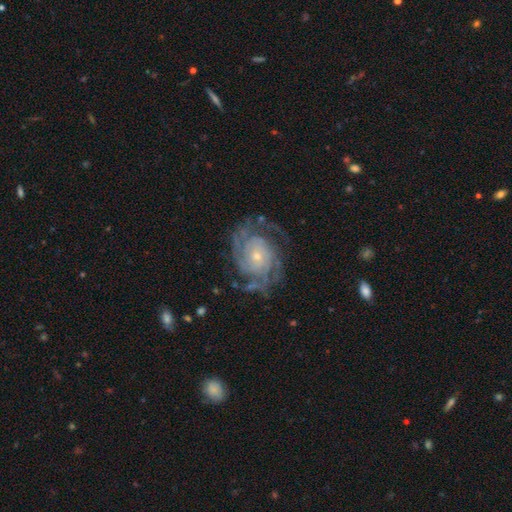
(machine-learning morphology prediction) Smooth or featured: featured or disk — 88% (star or artifact — 7%)
Edge-on disk: no — 98% (yes — 2%)
Bar: no — 73% (weak — 20%)
Spiral arms: yes — 98% (no — 2%)
Spiral winding: tight — 66% (medium — 29%)
Spiral arm count: 2 — 46% (3 — 20%)
Bulge size: small — 67% (moderate — 28%)
Merging: none — 78% (minor disturbance — 14%)